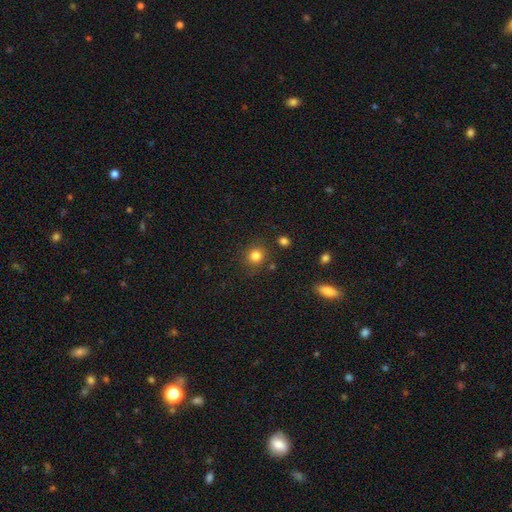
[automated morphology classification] This is clearly a smooth galaxy (83%). How rounded: clearly round (89%). Merging: clearly none (85%).